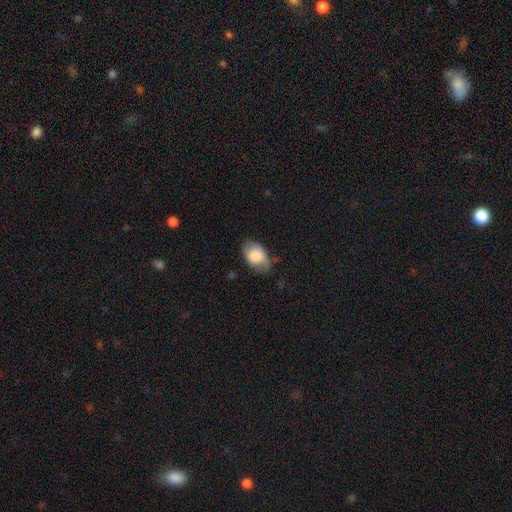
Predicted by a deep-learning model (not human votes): Smooth or featured?
  - smooth: 79% *
  - featured or disk: 14%
  - star or artifact: 7%
How rounded?
  - in between: 87% *
  - round: 12%
  - cigar-shaped: 1%
Merging?
  - none: 62% *
  - minor disturbance: 28%
  - major disturbance: 8%
  - merger: 2%